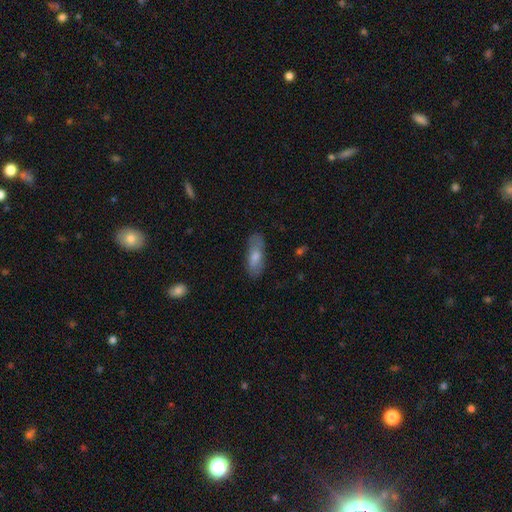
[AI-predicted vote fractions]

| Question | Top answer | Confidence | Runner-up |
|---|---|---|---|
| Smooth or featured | smooth | 64% | featured or disk (29%) |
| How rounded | in between | 65% | cigar-shaped (33%) |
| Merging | none | 81% | minor disturbance (14%) |